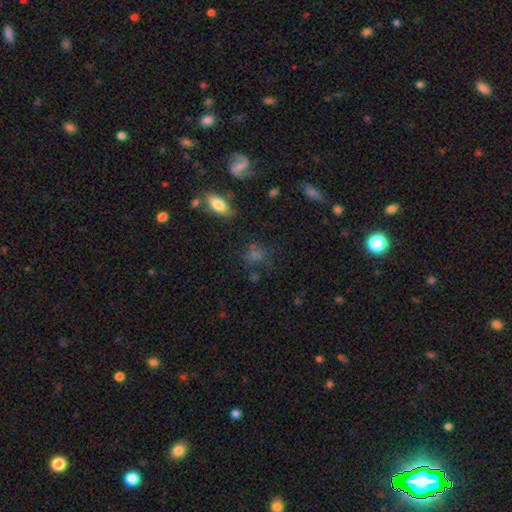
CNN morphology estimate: Q: Smooth or featured?
A: smooth (53%); runner-up: star or artifact (30%)
Q: How rounded?
A: round (64%); runner-up: in between (32%)
Q: Merging?
A: none (68%); runner-up: minor disturbance (16%)